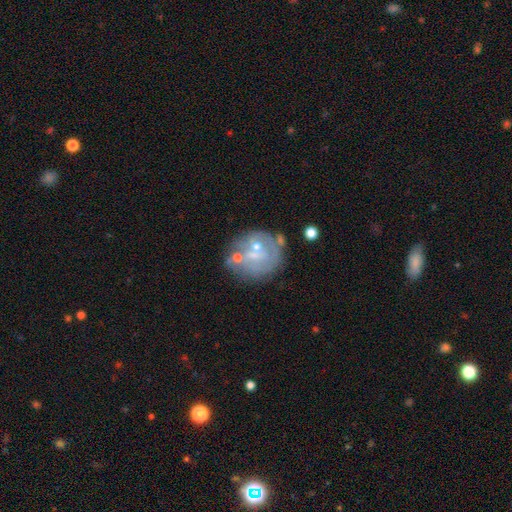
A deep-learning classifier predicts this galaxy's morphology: The model was most divided on "spiral arms": no: 59%, yes: 41%. More confident: edge-on disk — no (97%); bar — no (68%); bulge size — small (63%); smooth or featured — featured or disk (61%); merging — none (55%).